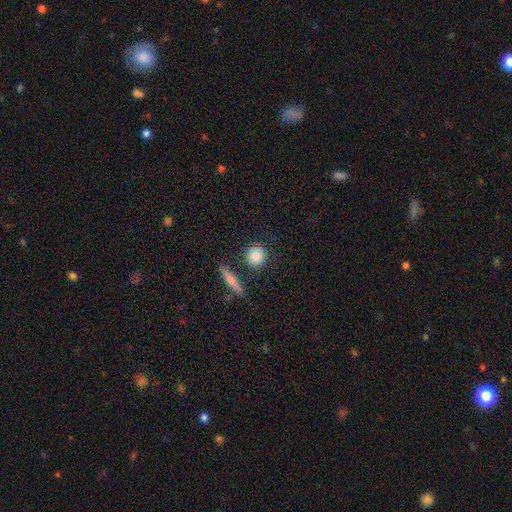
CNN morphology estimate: Smooth or featured: smooth — 82% (featured or disk — 9%)
How rounded: round — 86% (in between — 11%)
Merging: none — 80% (minor disturbance — 11%)